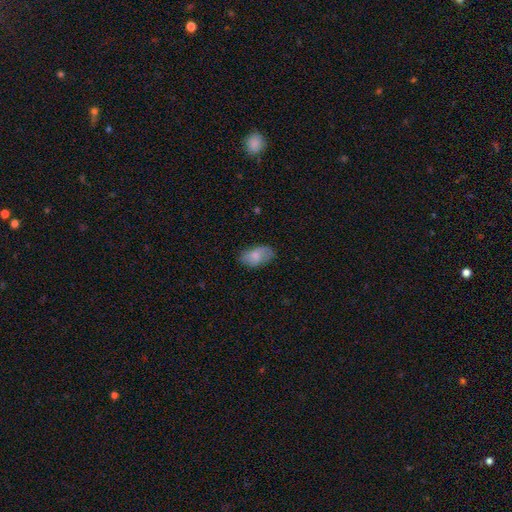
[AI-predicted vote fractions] A smooth galaxy with no disk features (73%) that is in between round and cigar-shaped (93%).

Vote fractions:
- Smooth or featured? smooth: 73% / featured or disk: 20% / star or artifact: 7%
- How rounded? in between: 93% / round: 5% / cigar-shaped: 2%
- Merging? none: 69% / minor disturbance: 23% / major disturbance: 7% / merger: 1%